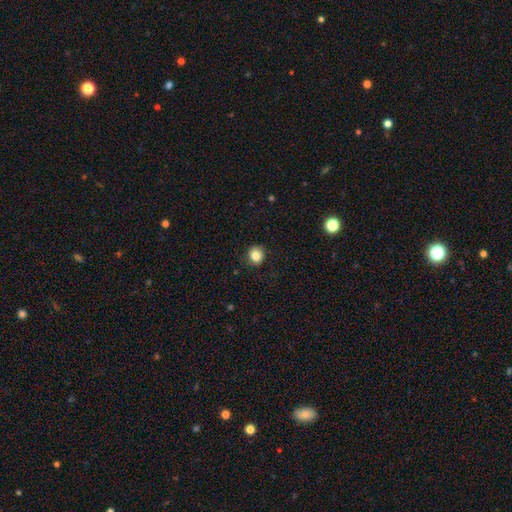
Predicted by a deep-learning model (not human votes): Smooth or featured?
  - smooth: 83% *
  - star or artifact: 10%
  - featured or disk: 7%
How rounded?
  - round: 84% *
  - in between: 15%
  - cigar-shaped: 1%
Merging?
  - none: 87% *
  - minor disturbance: 9%
  - major disturbance: 2%
  - merger: 1%